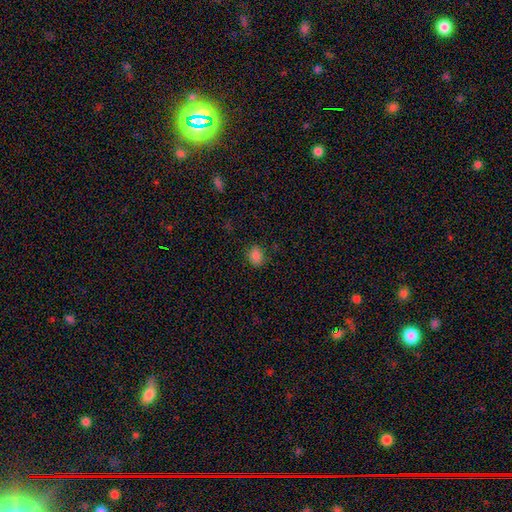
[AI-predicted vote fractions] A smooth galaxy with no disk features (83%) that is in between round and cigar-shaped (57%). Merging: none (81%).